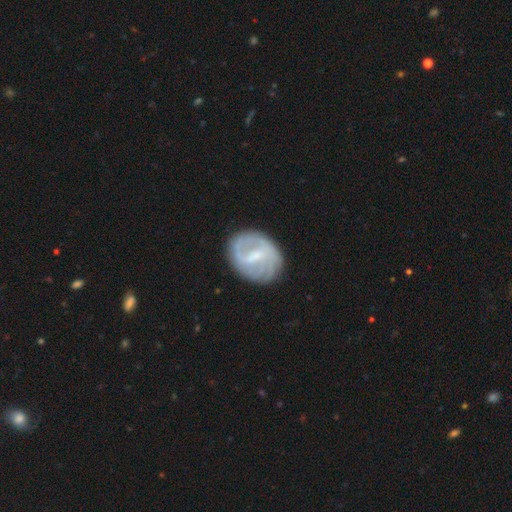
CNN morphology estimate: Smooth or featured? featured or disk (70%)
Edge-on disk? no (97%)
Bar? weak (49%)
Spiral arms? yes (74%)
Bulge size? small (49%)
Merging? none (72%)